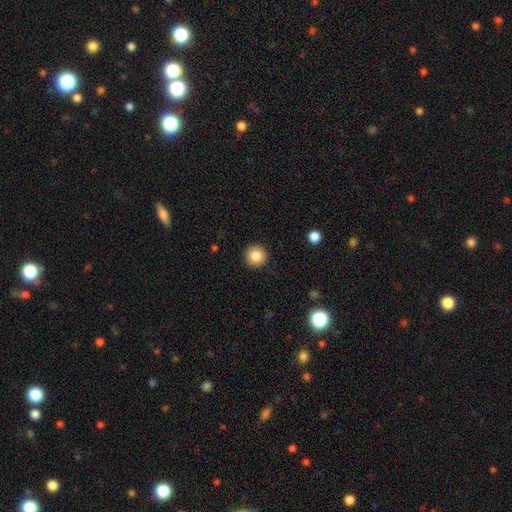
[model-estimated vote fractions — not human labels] This appears to be a smooth galaxy with no disk features (84%) that is round (95%). Merging: none (92%).